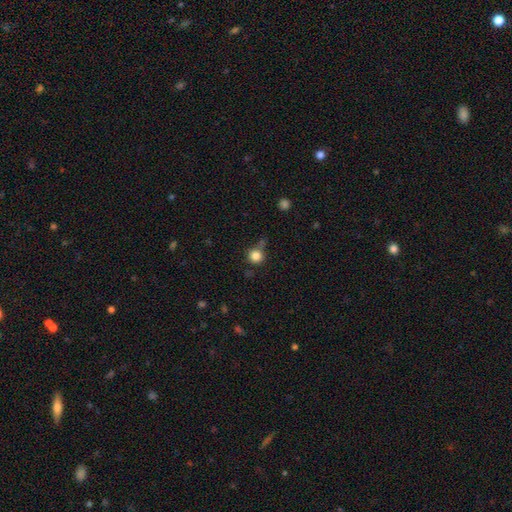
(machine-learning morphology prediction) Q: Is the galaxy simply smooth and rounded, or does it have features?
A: smooth — 83%.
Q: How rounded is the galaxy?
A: round — 93%.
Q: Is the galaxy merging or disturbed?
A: none — 67%.